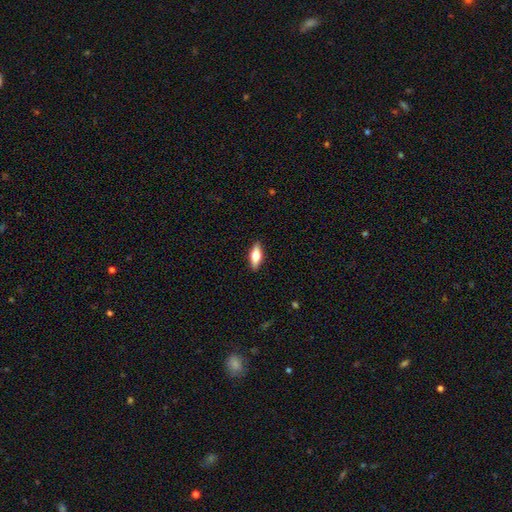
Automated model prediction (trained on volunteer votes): smooth 62%, featured or disk 32%, star or artifact 6%. Down the decision tree: how rounded — in between (67%); merging — none (89%).